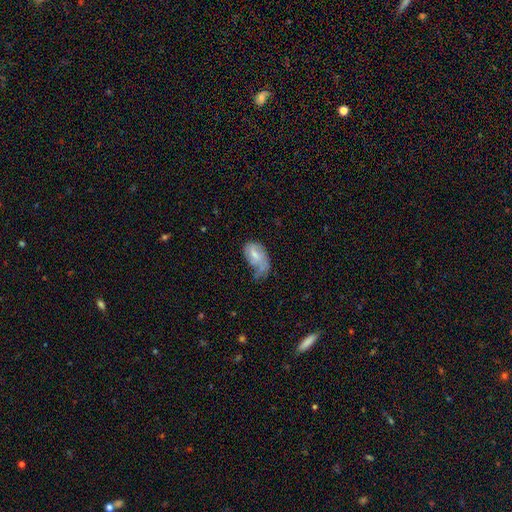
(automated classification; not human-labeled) Smooth or featured?
  - smooth: 56% *
  - featured or disk: 37%
  - star or artifact: 7%
How rounded?
  - in between: 91% *
  - round: 7%
  - cigar-shaped: 2%
Merging?
  - major disturbance: 38% *
  - minor disturbance: 35%
  - none: 21%
  - merger: 6%